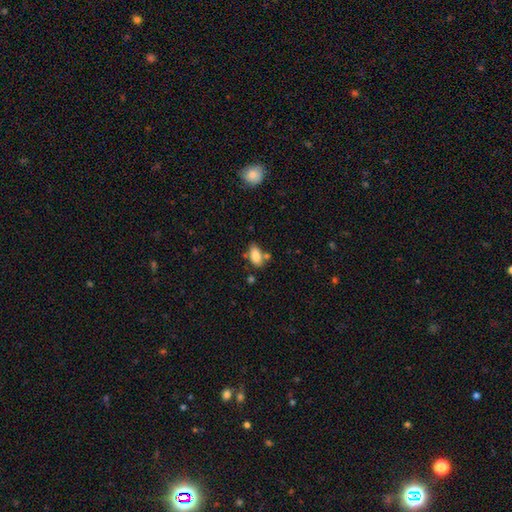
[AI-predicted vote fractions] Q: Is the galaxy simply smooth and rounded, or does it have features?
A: smooth — 86%.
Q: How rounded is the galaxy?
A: in between — 91%.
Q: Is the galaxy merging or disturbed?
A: none — 63%.